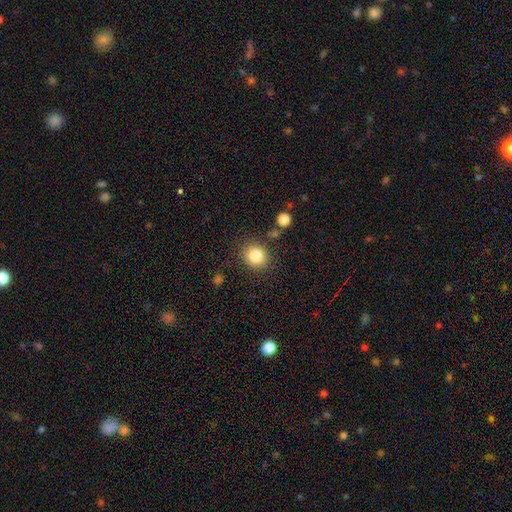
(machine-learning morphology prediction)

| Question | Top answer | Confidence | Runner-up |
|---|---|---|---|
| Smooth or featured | smooth | 85% | star or artifact (10%) |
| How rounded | round | 76% | in between (23%) |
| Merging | none | 83% | minor disturbance (10%) |